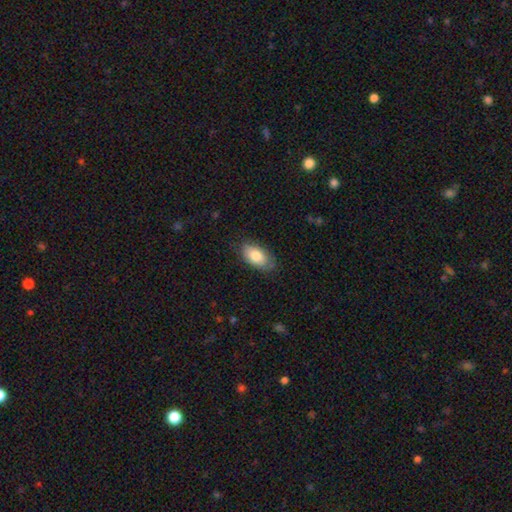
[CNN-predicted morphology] smooth_or_featured: smooth (p=0.80) [alt: featured or disk p=0.14]
how_rounded: in between (p=0.93) [alt: round p=0.04]
merging: none (p=0.80) [alt: minor disturbance p=0.16]